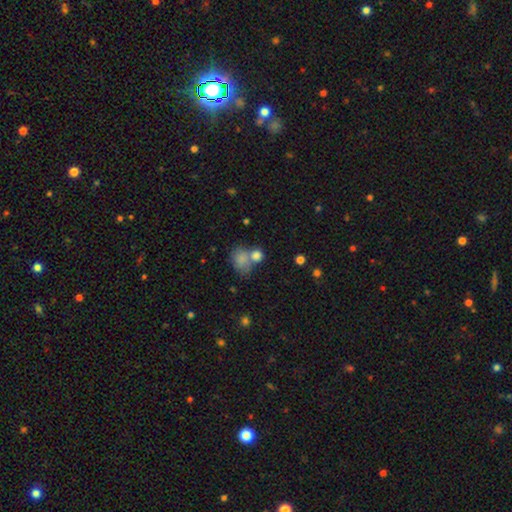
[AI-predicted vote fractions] This is likely a smooth galaxy (80%). How rounded: likely round (62%). Merging: possibly merger (46%).